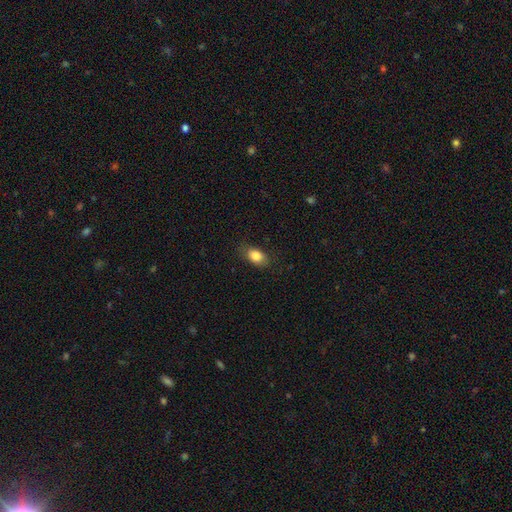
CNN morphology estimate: This is clearly a smooth galaxy (85%). How rounded: clearly in between (82%). Merging: likely none (78%).